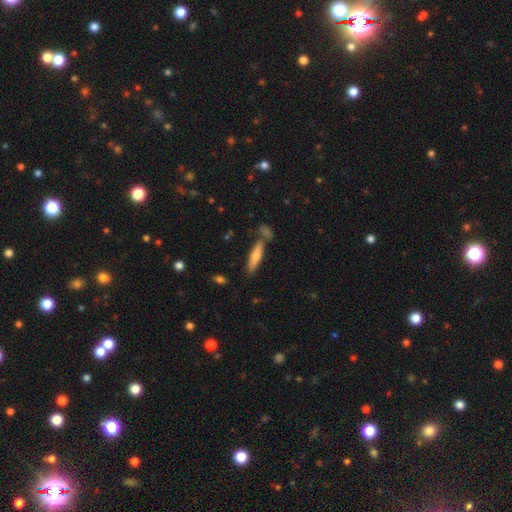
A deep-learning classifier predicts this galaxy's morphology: A smooth galaxy with no disk features (70%) that is cigar-shaped (79%).

Vote fractions:
- Smooth or featured? smooth: 70% / featured or disk: 24% / star or artifact: 6%
- How rounded? cigar-shaped: 79% / in between: 20% / round: 2%
- Merging? none: 71% / minor disturbance: 13% / merger: 12% / major disturbance: 3%